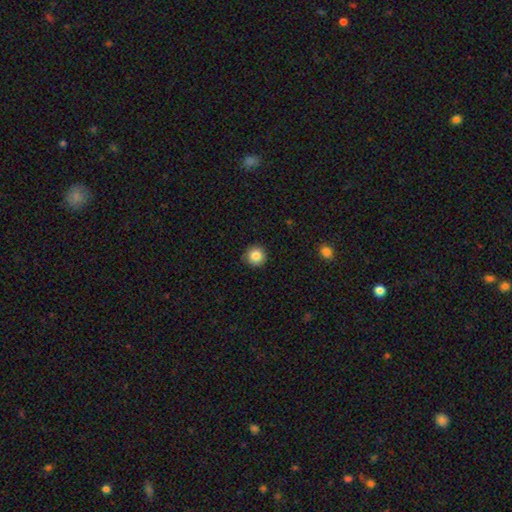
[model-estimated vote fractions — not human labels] The model was most divided on "smooth or featured": smooth: 85%, star or artifact: 10%, featured or disk: 5%. More confident: how rounded — round (95%); merging — none (89%).